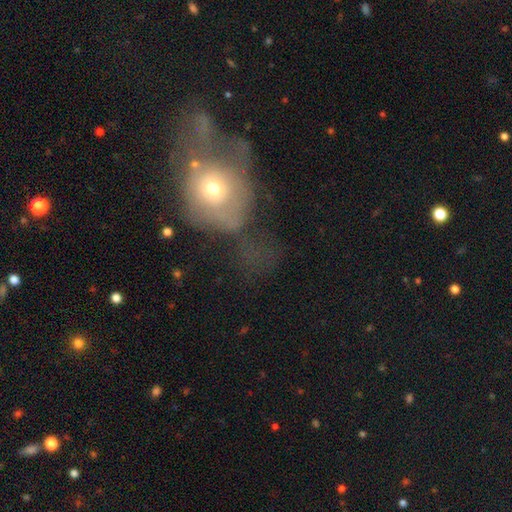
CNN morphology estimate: smooth 45%, featured or disk 32%, star or artifact 23%. Down the decision tree: merging — major disturbance (41%).